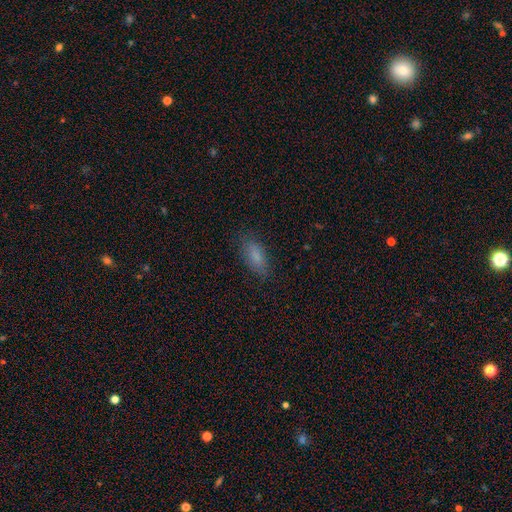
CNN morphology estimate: Overall: smooth (82%). How rounded: in between (78%). Merging: none (81%).